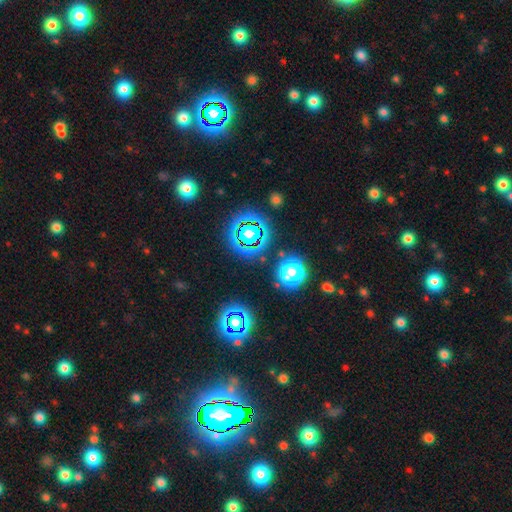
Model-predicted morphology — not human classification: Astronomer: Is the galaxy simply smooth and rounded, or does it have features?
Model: star or artifact — 77%.